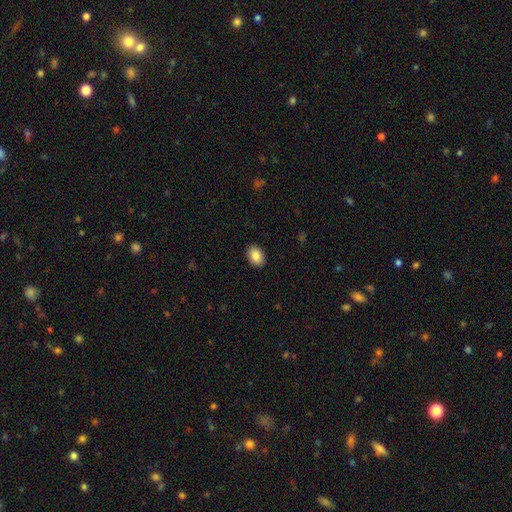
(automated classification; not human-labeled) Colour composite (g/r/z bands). It shows a smooth galaxy with no disk features (88%) that is in between round and cigar-shaped (79%). Merging: none (91%).